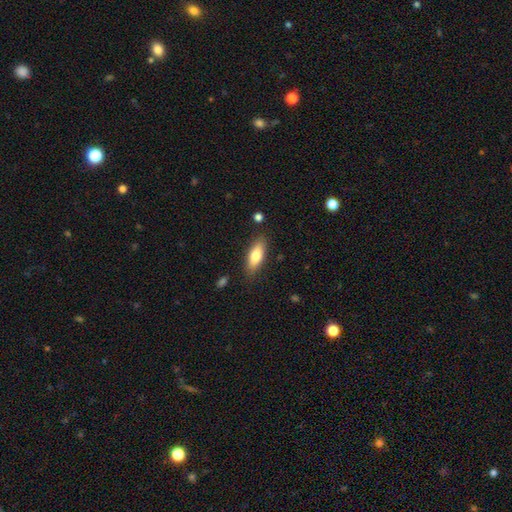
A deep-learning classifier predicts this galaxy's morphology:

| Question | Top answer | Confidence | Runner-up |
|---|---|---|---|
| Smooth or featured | smooth | 78% | featured or disk (16%) |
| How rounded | in between | 68% | cigar-shaped (30%) |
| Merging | none | 83% | minor disturbance (12%) |